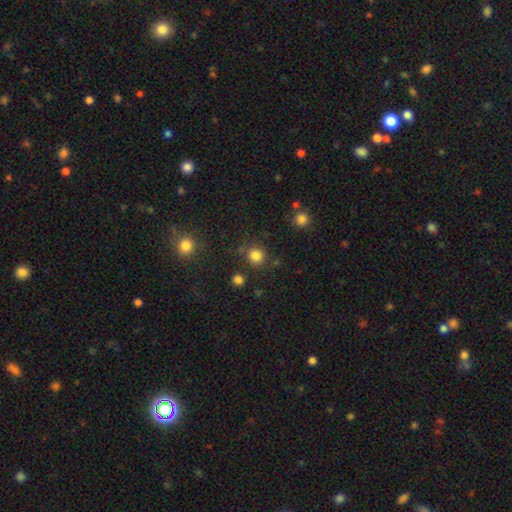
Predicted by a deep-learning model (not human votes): The model was most divided on "smooth or featured": smooth: 82%, star or artifact: 14%, featured or disk: 4%. More confident: how rounded — round (91%); merging — none (82%).